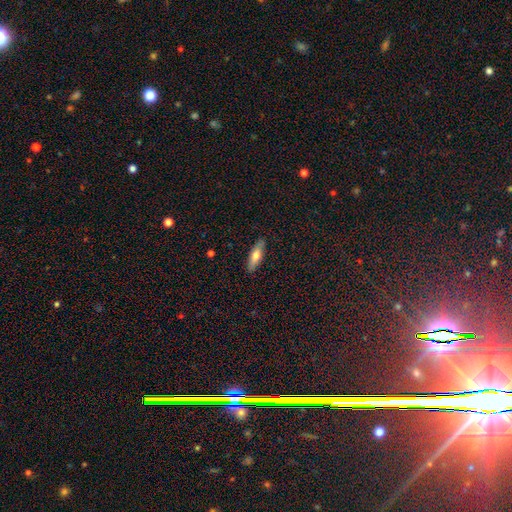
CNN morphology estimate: smooth-or-featured: smooth: 65% | featured or disk: 29% | star or artifact: 6%
  how-rounded: cigar-shaped: 54% | in between: 44% | round: 2%
  merging: none: 88% | minor disturbance: 9% | major disturbance: 2% | merger: 1%